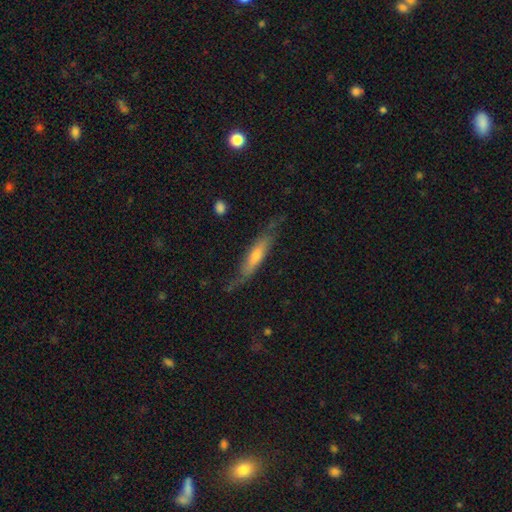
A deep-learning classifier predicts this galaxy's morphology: Smooth or featured?
  - featured or disk: 52% *
  - smooth: 42%
  - star or artifact: 6%
Edge-on disk?
  - yes: 69% *
  - no: 31%
Merging?
  - none: 64% *
  - minor disturbance: 24%
  - major disturbance: 9%
  - merger: 2%